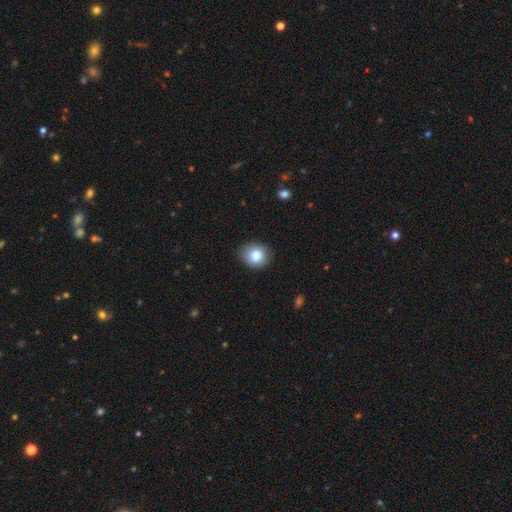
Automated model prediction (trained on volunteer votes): Smooth or featured: smooth — 83% (star or artifact — 9%)
How rounded: round — 66% (in between — 33%)
Merging: none — 84% (minor disturbance — 12%)